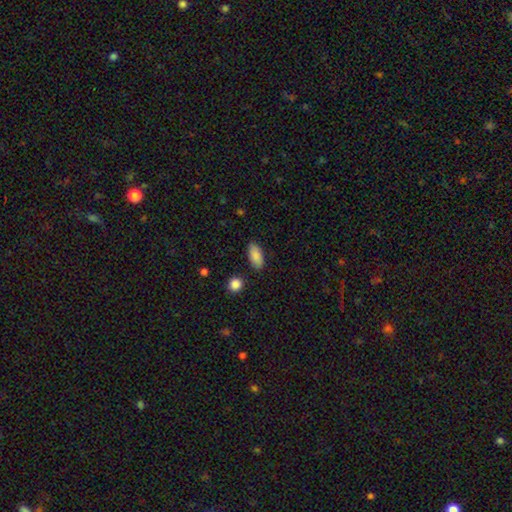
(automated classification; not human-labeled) Morphology: type=smooth (87%); roundness=in between (90%); merging=none (85%).